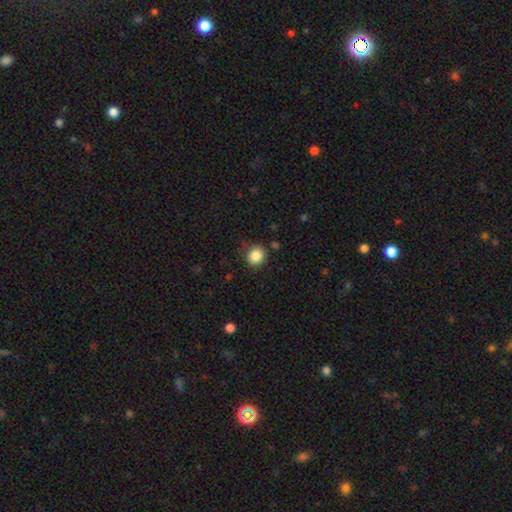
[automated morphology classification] This is clearly a smooth galaxy (86%). How rounded: clearly round (83%). Merging: clearly none (84%).